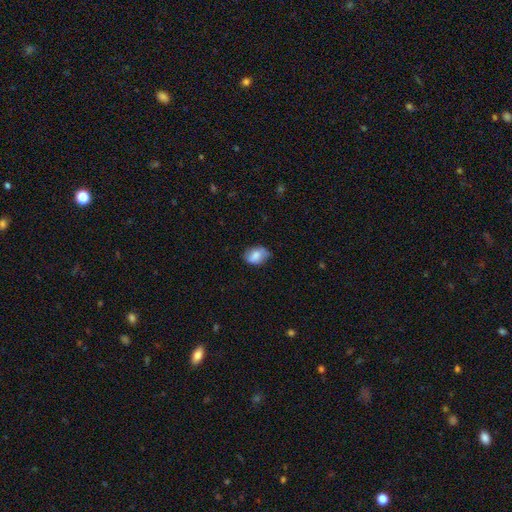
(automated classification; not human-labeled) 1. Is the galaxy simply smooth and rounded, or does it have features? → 74% smooth, 18% featured or disk, 7% star or artifact.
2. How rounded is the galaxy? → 77% in between, 21% round, 1% cigar-shaped.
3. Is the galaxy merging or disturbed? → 70% none, 24% minor disturbance, 5% major disturbance, 1% merger.